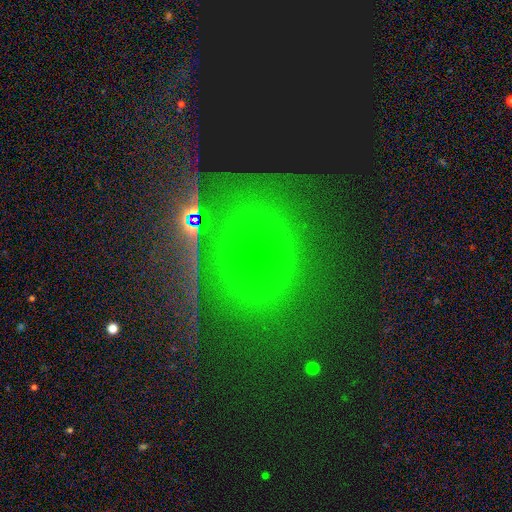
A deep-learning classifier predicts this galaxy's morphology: A star or artifact, not a galaxy (55%).

Vote fractions:
- Smooth or featured? star or artifact: 55% / smooth: 31% / featured or disk: 14%